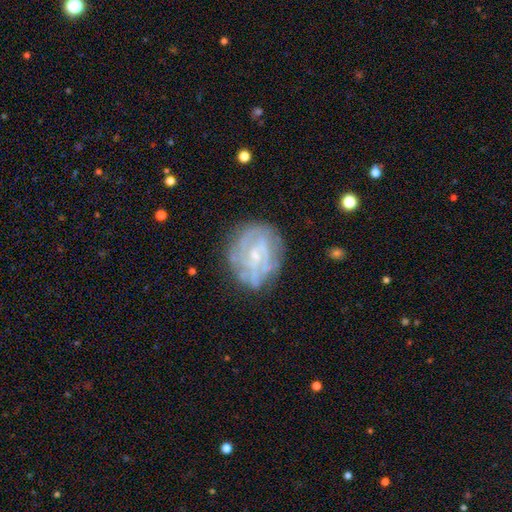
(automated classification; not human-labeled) Overall: featured or disk (75%). Edge-on disk: no (97%). Bar: no (56%; weak 36%). Spiral arms: yes (76%). Spiral arm count: can't tell (48%; 2 16%). Spiral winding: tight (60%; medium 30%). Bulge size: small (69%). Merging: none (71%).